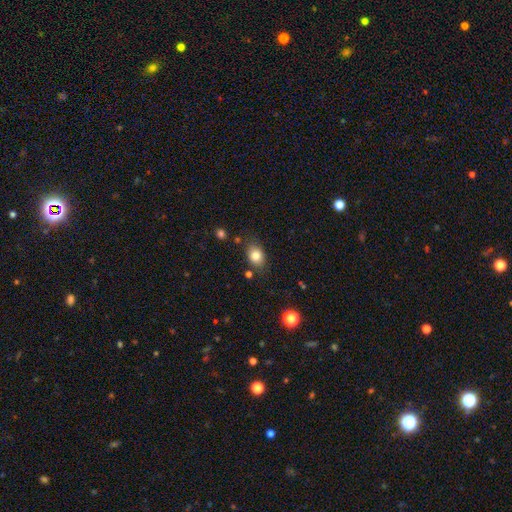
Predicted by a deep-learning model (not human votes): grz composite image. It shows a smooth galaxy with no disk features (82%) that is in between round and cigar-shaped (68%). Merging: none (78%).